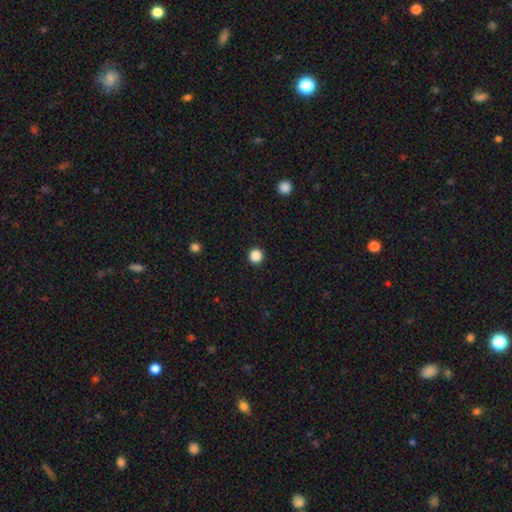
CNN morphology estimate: Smooth or featured: smooth — 87% (star or artifact — 11%)
How rounded: round — 96% (in between — 3%)
Merging: none — 93% (minor disturbance — 4%)